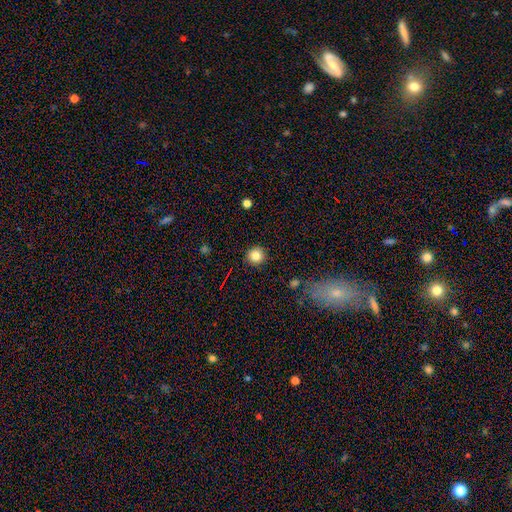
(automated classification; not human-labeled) The model was most divided on "smooth or featured": smooth: 83%, star or artifact: 11%, featured or disk: 6%. More confident: how rounded — round (94%); merging — none (91%).